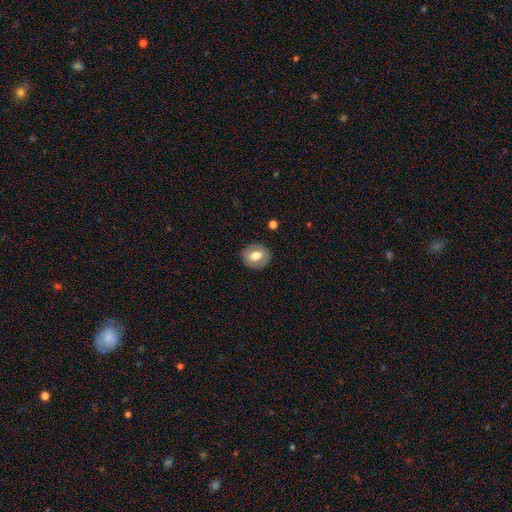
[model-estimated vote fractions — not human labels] Smooth or featured?
  - smooth: 64% *
  - featured or disk: 28%
  - star or artifact: 8%
How rounded?
  - round: 62% *
  - in between: 37%
  - cigar-shaped: 1%
Merging?
  - none: 85% *
  - minor disturbance: 10%
  - major disturbance: 3%
  - merger: 1%